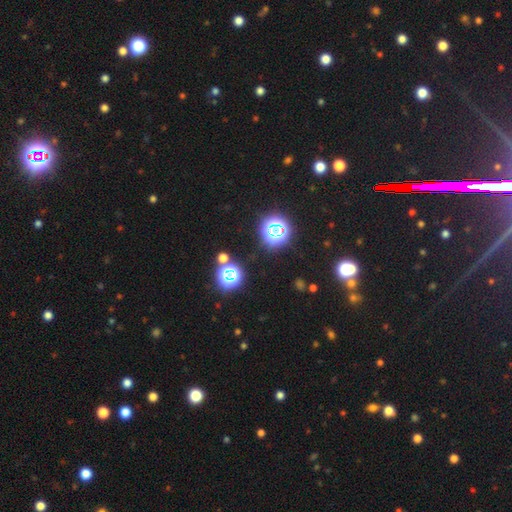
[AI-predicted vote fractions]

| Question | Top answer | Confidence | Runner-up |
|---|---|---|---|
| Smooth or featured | star or artifact | 77% | smooth (15%) |